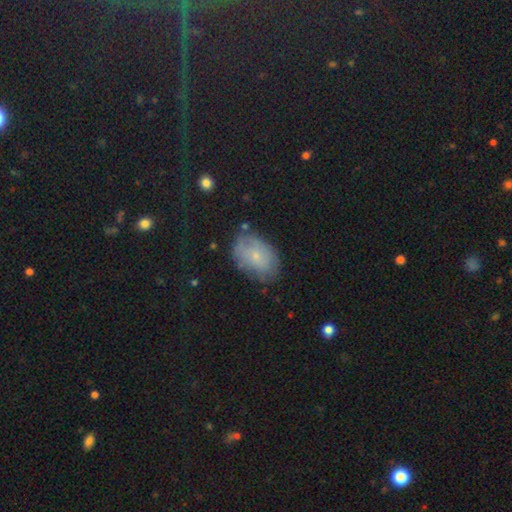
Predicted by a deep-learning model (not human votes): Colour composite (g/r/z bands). It shows a smooth galaxy with no disk features (61%) that is in between round and cigar-shaped (85%). Merging: none (67%).